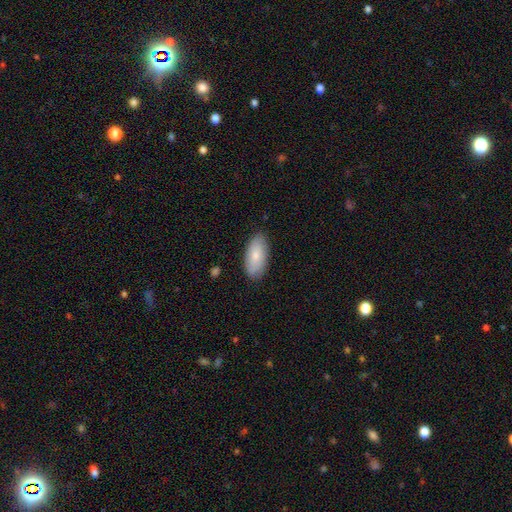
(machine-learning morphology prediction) smooth_or_featured: smooth (p=0.78) [alt: featured or disk p=0.16]
how_rounded: in between (p=0.92) [alt: cigar-shaped p=0.05]
merging: none (p=0.85) [alt: minor disturbance p=0.12]